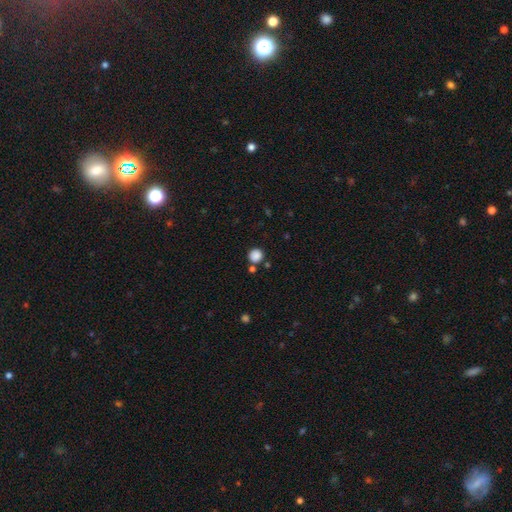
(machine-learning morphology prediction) smooth_or_featured: smooth (p=0.86) [alt: star or artifact p=0.10]
how_rounded: round (p=0.91) [alt: in between p=0.08]
merging: none (p=0.78) [alt: merger p=0.10]